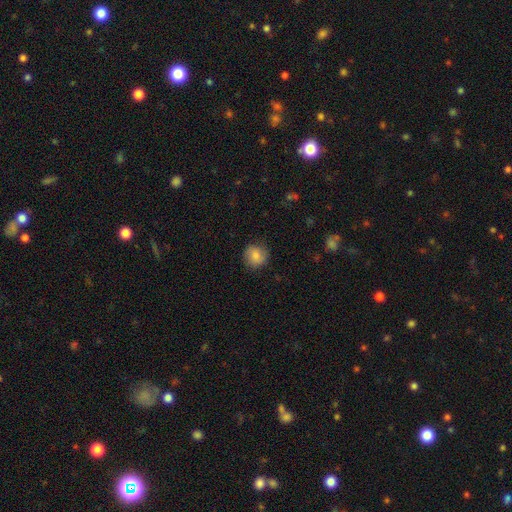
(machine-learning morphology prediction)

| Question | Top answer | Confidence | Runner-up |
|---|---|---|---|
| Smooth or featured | smooth | 77% | featured or disk (15%) |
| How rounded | round | 88% | in between (11%) |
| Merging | none | 82% | minor disturbance (13%) |